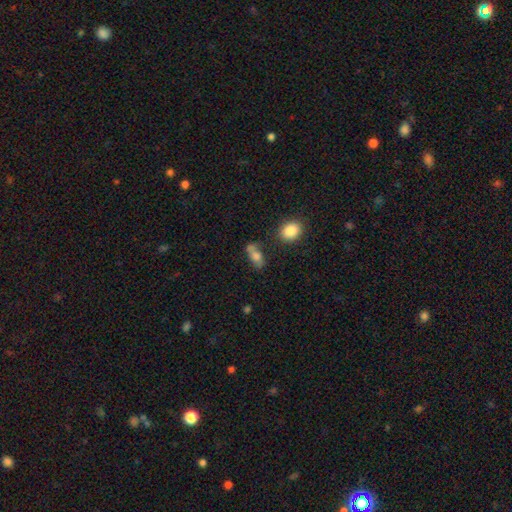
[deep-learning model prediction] Overall: smooth (69%). How rounded: in between (76%). Merging: none (49%; minor disturbance 21%).